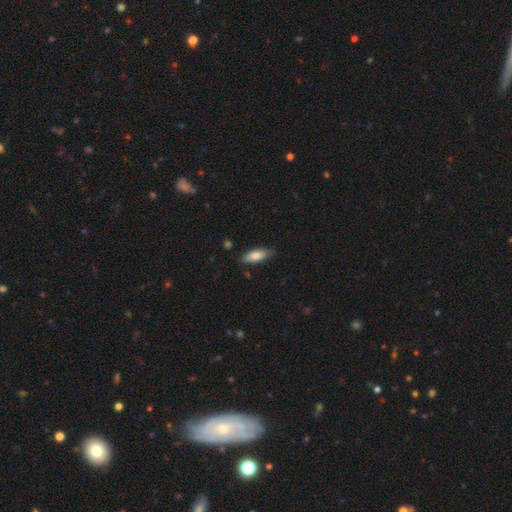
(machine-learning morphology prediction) This appears to be a smooth galaxy with no disk features (77%) that is in between round and cigar-shaped (64%). Merging: none (78%).